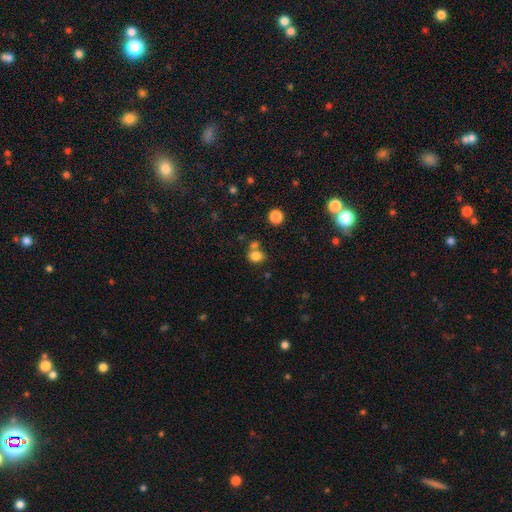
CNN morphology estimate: smooth 80%, star or artifact 13%, featured or disk 7%. Down the decision tree: how rounded — round (55%); merging — none (55%).